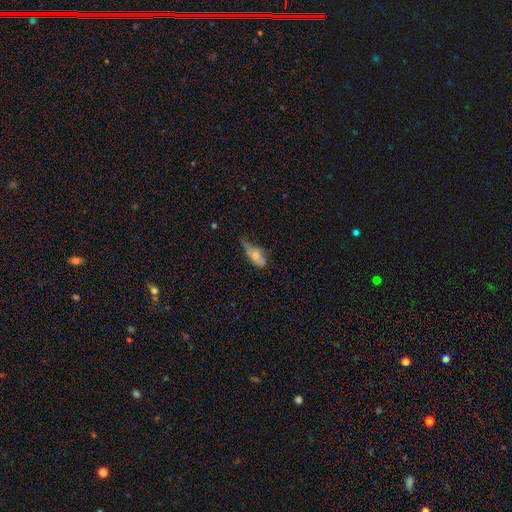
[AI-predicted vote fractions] This appears to be a smooth galaxy with no disk features (57%) that is in between round and cigar-shaped (79%). Merging: minor disturbance (35%).